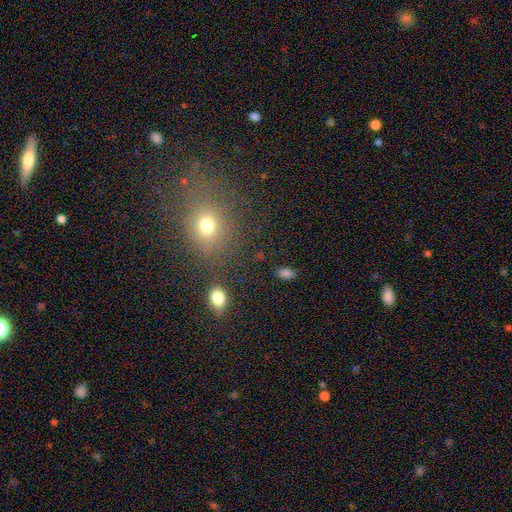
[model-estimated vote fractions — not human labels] A smooth galaxy with no disk features (58%) that is round (60%). Merging: none (77%).